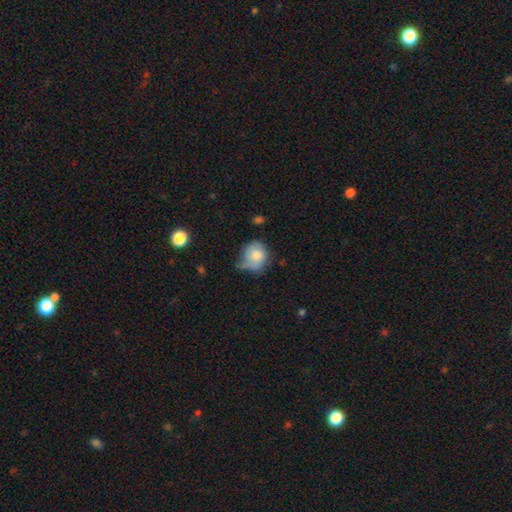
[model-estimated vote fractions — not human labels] smooth 69%, featured or disk 23%, star or artifact 8%. Down the decision tree: how rounded — round (71%); merging — none (41%).